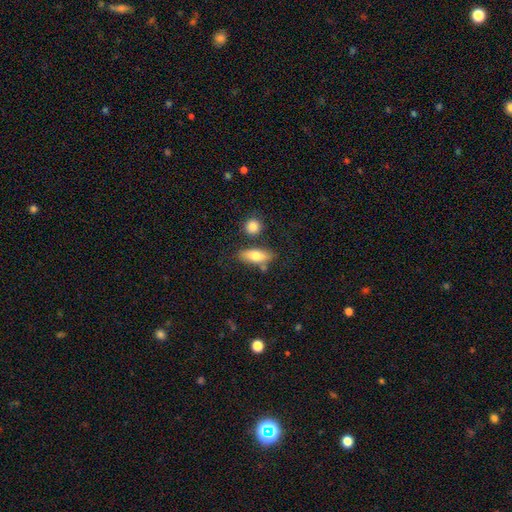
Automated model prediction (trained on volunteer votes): A smooth galaxy with no disk features (73%) that is in between round and cigar-shaped (75%).

Vote fractions:
- Smooth or featured? smooth: 73% / featured or disk: 20% / star or artifact: 7%
- How rounded? in between: 75% / cigar-shaped: 21% / round: 4%
- Merging? none: 69% / minor disturbance: 15% / merger: 11% / major disturbance: 4%